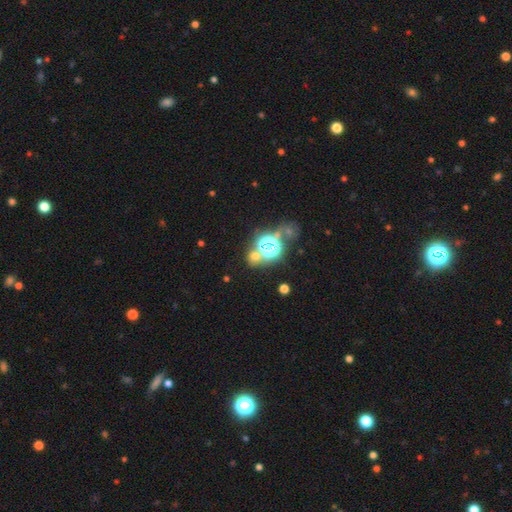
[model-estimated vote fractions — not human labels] Smooth or featured: star or artifact — 49% (smooth — 42%)